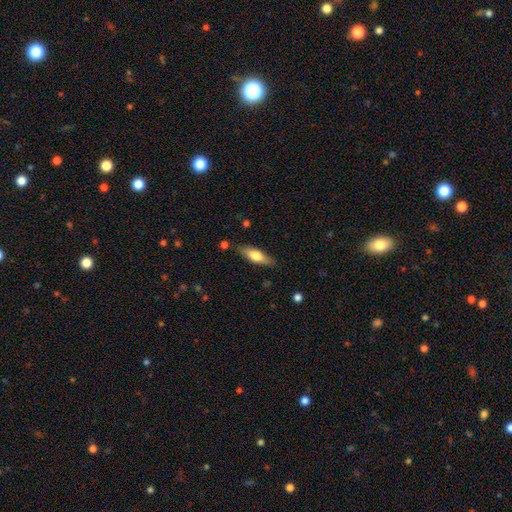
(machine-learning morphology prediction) Smooth or featured?
  - smooth: 65% *
  - featured or disk: 29%
  - star or artifact: 6%
How rounded?
  - in between: 51% *
  - cigar-shaped: 47%
  - round: 2%
Merging?
  - none: 83% *
  - minor disturbance: 12%
  - major disturbance: 2%
  - merger: 2%